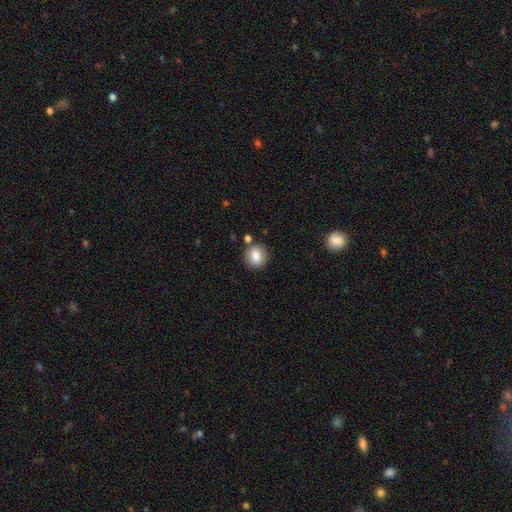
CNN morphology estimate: The model was most divided on "how rounded": round: 80%, in between: 18%, cigar-shaped: 1%. More confident: merging — none (82%); smooth or featured — smooth (81%).